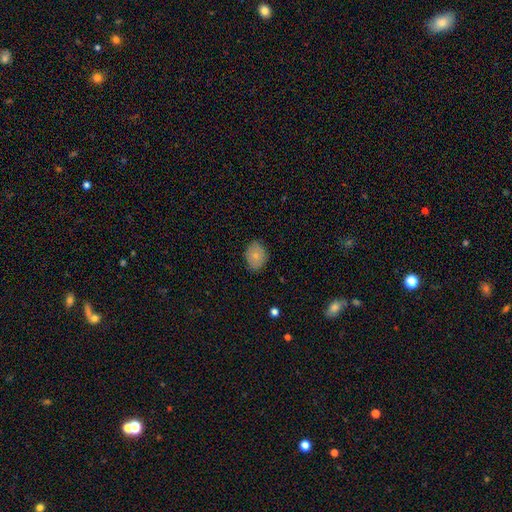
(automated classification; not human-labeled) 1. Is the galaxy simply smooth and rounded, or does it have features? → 79% smooth, 13% featured or disk, 8% star or artifact.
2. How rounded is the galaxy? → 61% in between, 38% round, 1% cigar-shaped.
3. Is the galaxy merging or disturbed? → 81% none, 15% minor disturbance, 3% major disturbance, 1% merger.